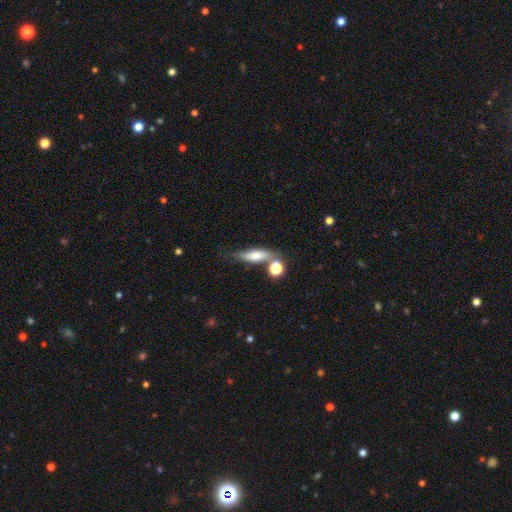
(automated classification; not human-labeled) Smooth or featured? Predicted: smooth (p=0.64). How rounded? Predicted: cigar-shaped (p=0.48). Merging? Predicted: none (p=0.51).